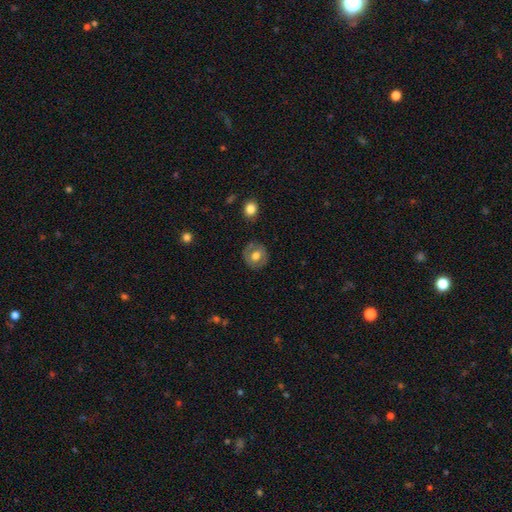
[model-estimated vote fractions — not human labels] Smooth or featured?
  - smooth: 55% *
  - featured or disk: 38%
  - star or artifact: 7%
How rounded?
  - round: 81% *
  - in between: 18%
  - cigar-shaped: 1%
Merging?
  - none: 81% *
  - minor disturbance: 13%
  - major disturbance: 4%
  - merger: 2%